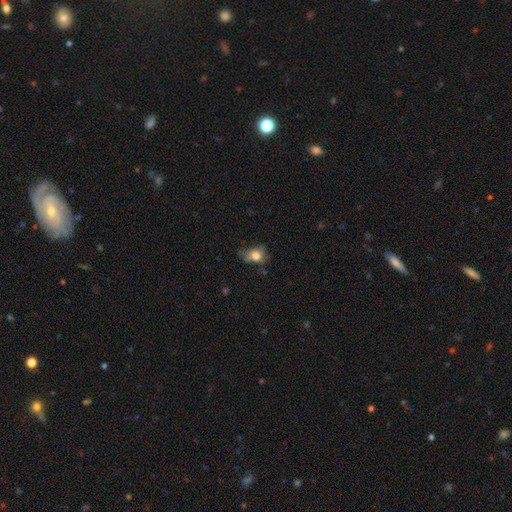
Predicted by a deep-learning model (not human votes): smooth_or_featured: smooth (p=0.72) [alt: featured or disk p=0.17]
how_rounded: in between (p=0.58) [alt: round p=0.41]
merging: none (p=0.46) [alt: minor disturbance p=0.33]